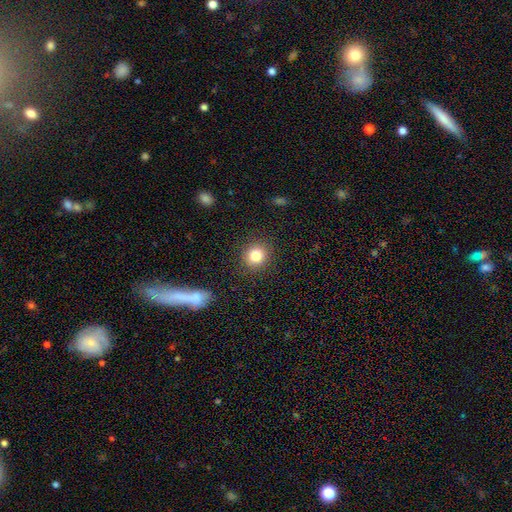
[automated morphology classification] Overall: smooth (82%). How rounded: round (84%). Merging: none (89%).